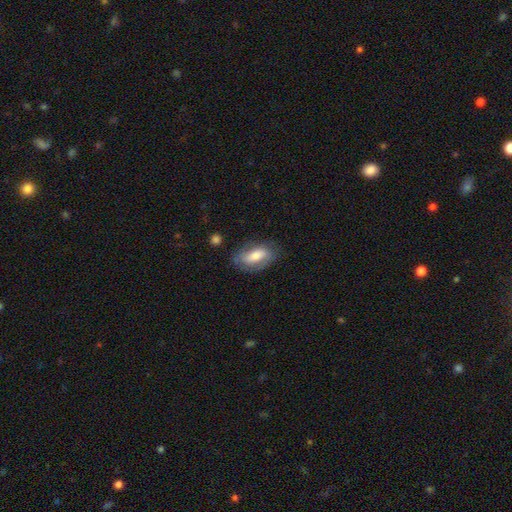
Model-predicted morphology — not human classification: This appears to be a smooth galaxy with no disk features (56%) that is in between round and cigar-shaped (87%). Merging: none (71%).